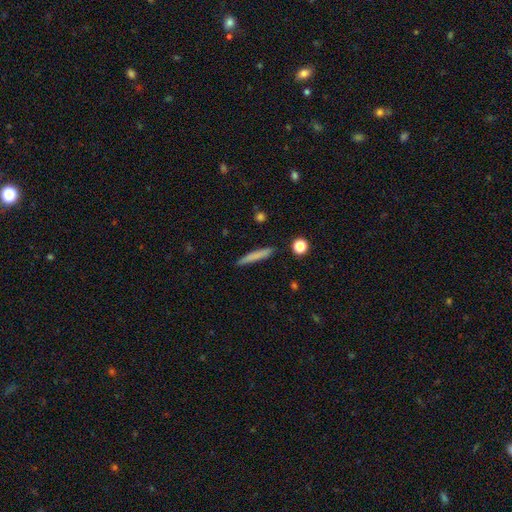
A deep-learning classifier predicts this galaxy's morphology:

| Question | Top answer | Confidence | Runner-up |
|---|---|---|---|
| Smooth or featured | smooth | 75% | featured or disk (17%) |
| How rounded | cigar-shaped | 94% | in between (4%) |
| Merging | none | 87% | minor disturbance (9%) |